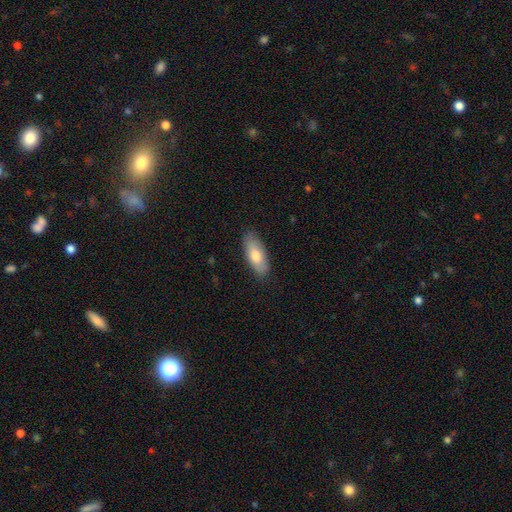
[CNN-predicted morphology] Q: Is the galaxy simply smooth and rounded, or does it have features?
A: smooth — 74%.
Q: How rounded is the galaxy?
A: in between — 74%.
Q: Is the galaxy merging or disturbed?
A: none — 85%.